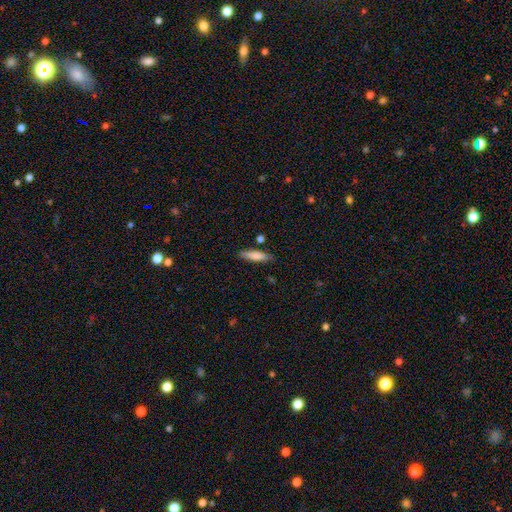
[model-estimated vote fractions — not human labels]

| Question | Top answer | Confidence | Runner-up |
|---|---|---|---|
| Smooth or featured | smooth | 80% | featured or disk (14%) |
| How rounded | cigar-shaped | 69% | in between (30%) |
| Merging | none | 81% | minor disturbance (12%) |